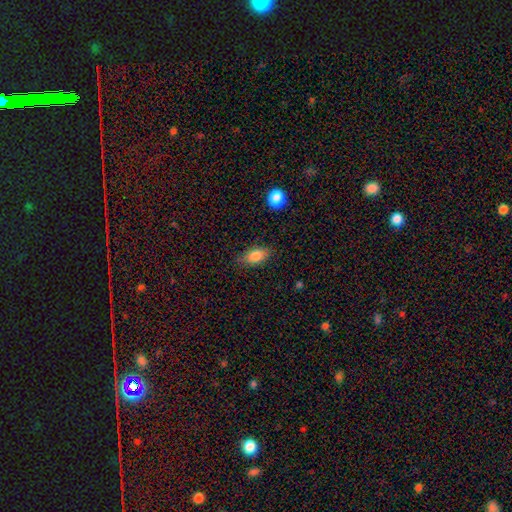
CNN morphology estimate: smooth-or-featured: smooth: 83% | featured or disk: 9% | star or artifact: 8%
  how-rounded: in between: 87% | round: 7% | cigar-shaped: 6%
  merging: none: 81% | minor disturbance: 14% | major disturbance: 3% | merger: 1%